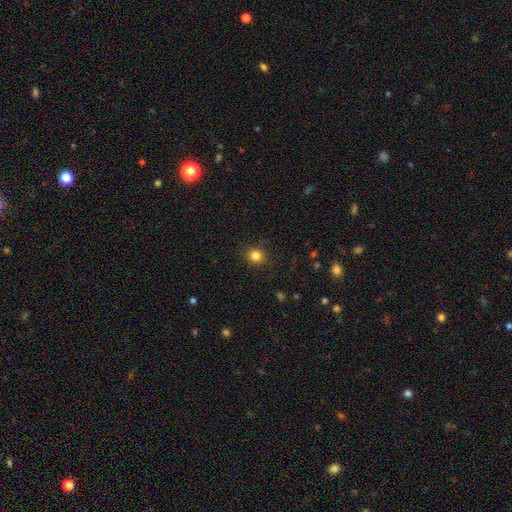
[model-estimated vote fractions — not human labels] Smooth or featured? smooth (83%)
How rounded? round (85%)
Merging? none (89%)